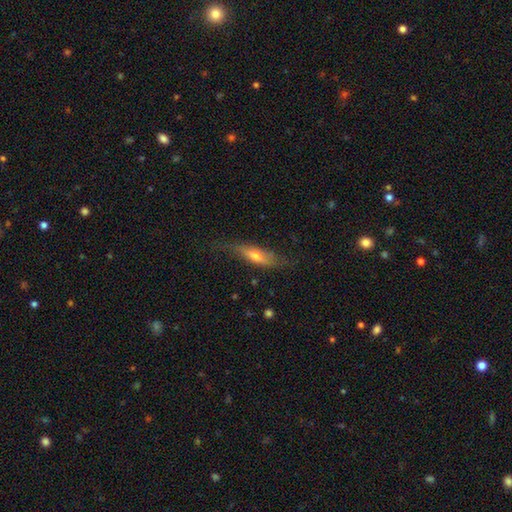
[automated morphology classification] smooth_or_featured: smooth (p=0.50) [alt: featured or disk p=0.43]
merging: none (p=0.64) [alt: minor disturbance p=0.23]